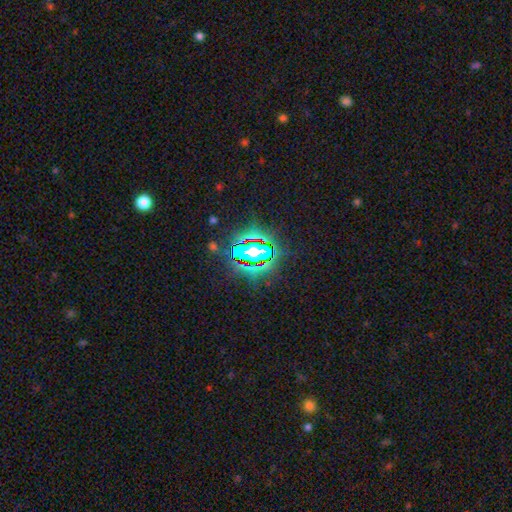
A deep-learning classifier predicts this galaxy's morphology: smooth_or_featured: star or artifact (p=0.68) [alt: smooth p=0.18]